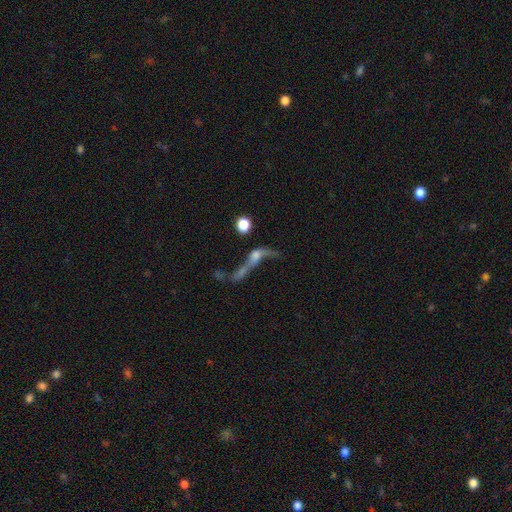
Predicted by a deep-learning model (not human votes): smooth_or_featured: featured or disk (p=0.47) [alt: smooth p=0.35]
merging: merger (p=0.37) [alt: major disturbance p=0.30]